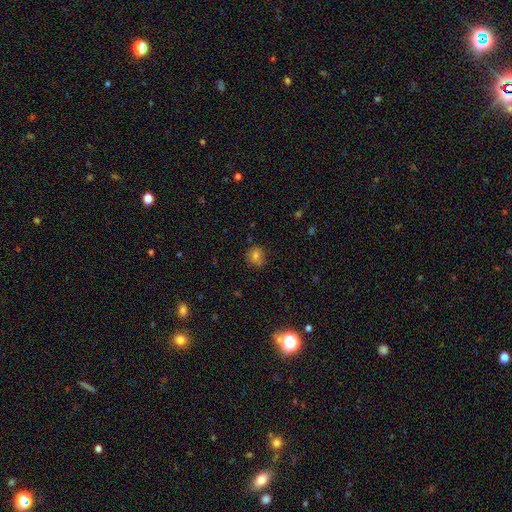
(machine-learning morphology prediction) The model was most divided on "how rounded": round: 73%, in between: 26%, cigar-shaped: 1%. More confident: merging — none (78%); smooth or featured — smooth (73%).